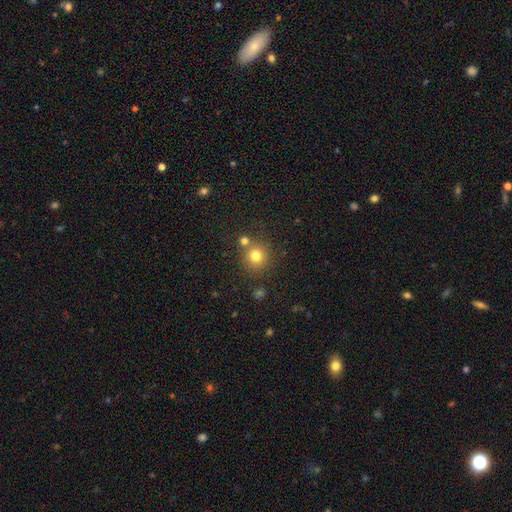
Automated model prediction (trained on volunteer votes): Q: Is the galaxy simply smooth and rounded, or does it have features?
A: smooth — 78%.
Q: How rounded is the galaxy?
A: round — 91%.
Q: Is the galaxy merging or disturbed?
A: none — 74%.